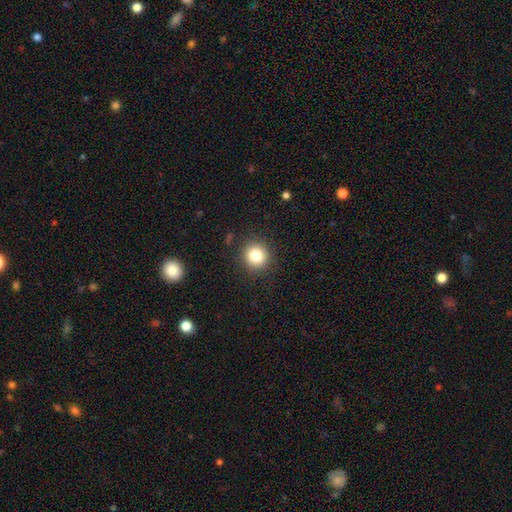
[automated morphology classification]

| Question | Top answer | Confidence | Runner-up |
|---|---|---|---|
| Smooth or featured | smooth | 82% | star or artifact (11%) |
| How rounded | round | 92% | in between (7%) |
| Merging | none | 90% | minor disturbance (7%) |